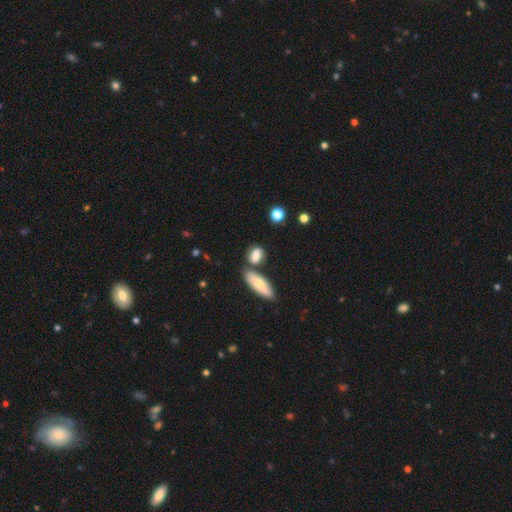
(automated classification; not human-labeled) The model was most divided on "how rounded": in between: 65%, round: 25%, cigar-shaped: 10%. More confident: smooth or featured — smooth (78%); merging — none (60%).